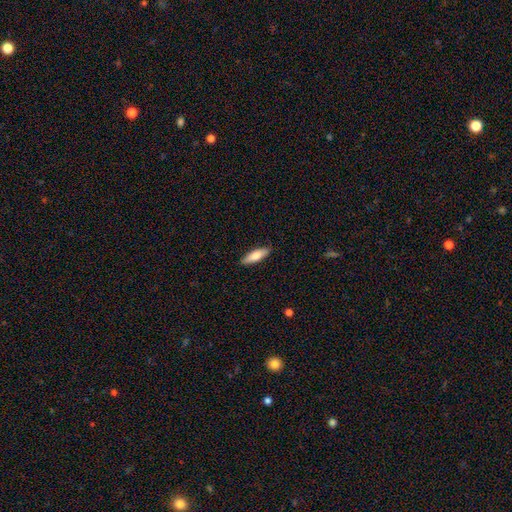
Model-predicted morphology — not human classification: A smooth galaxy with no disk features (75%) that is cigar-shaped (55%). Merging: none (89%).